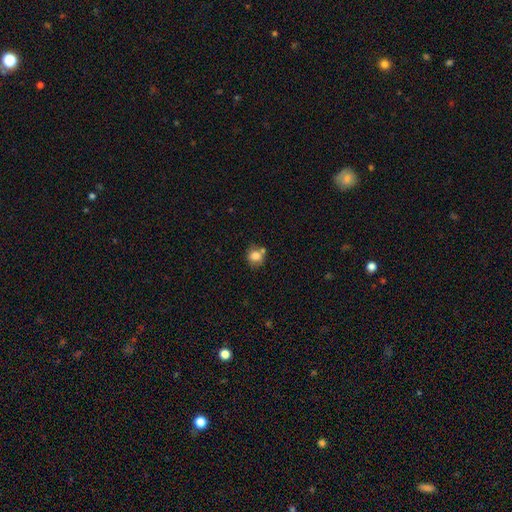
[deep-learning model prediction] Smooth or featured?
  - smooth: 79% *
  - star or artifact: 11%
  - featured or disk: 10%
How rounded?
  - round: 82% *
  - in between: 17%
  - cigar-shaped: 1%
Merging?
  - none: 61% *
  - merger: 20%
  - minor disturbance: 15%
  - major disturbance: 4%